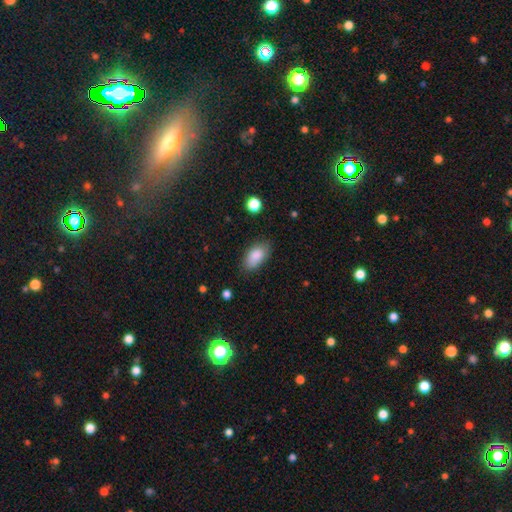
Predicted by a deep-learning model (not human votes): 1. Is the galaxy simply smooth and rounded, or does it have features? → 87% smooth, 7% star or artifact, 6% featured or disk.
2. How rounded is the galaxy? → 93% in between, 4% round, 3% cigar-shaped.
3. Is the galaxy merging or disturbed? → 78% none, 17% minor disturbance, 4% major disturbance, 1% merger.